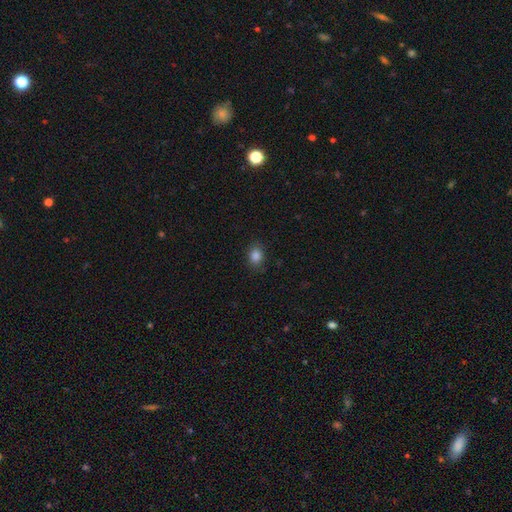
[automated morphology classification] This appears to be a smooth galaxy with no disk features (85%) that is in between round and cigar-shaped (55%). Merging: none (84%).